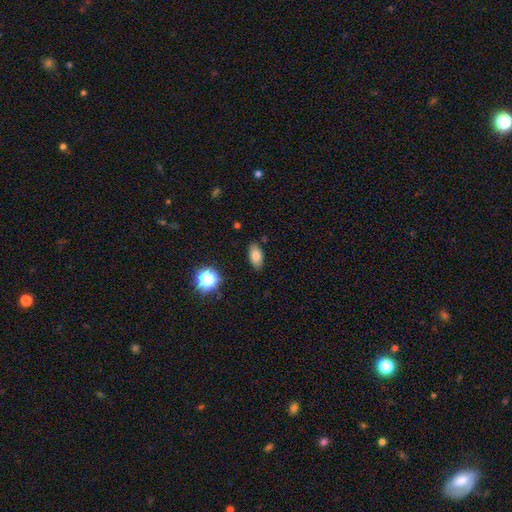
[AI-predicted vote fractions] A smooth galaxy with no disk features (78%) that is in between round and cigar-shaped (89%). Merging: none (85%).